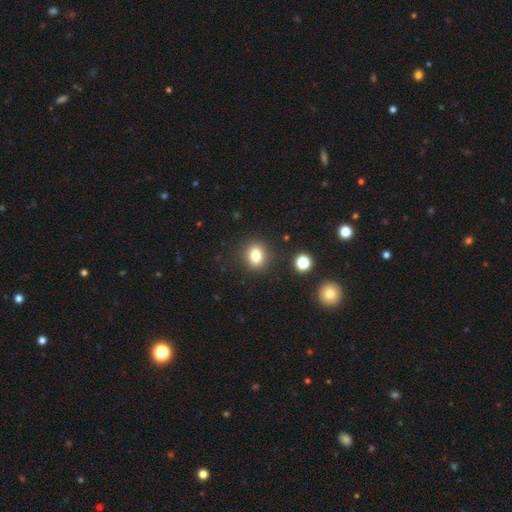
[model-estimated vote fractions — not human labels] Q: Smooth or featured?
A: smooth (81%); runner-up: star or artifact (12%)
Q: How rounded?
A: round (57%); runner-up: in between (42%)
Q: Merging?
A: none (87%); runner-up: minor disturbance (8%)